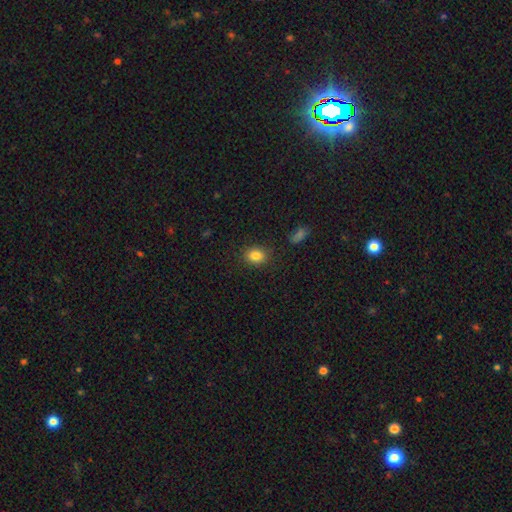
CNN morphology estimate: A smooth galaxy with no disk features (84%) that is round (57%). Merging: none (87%).